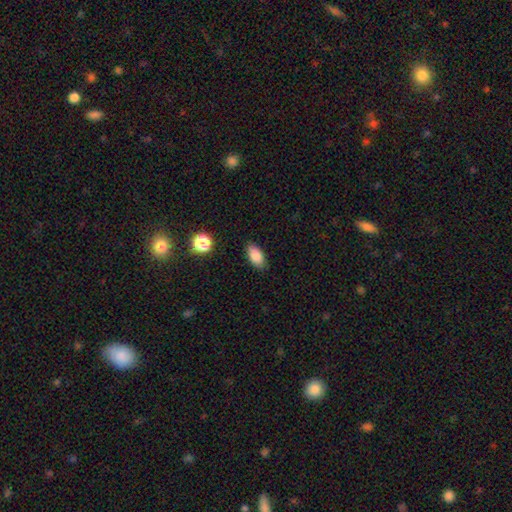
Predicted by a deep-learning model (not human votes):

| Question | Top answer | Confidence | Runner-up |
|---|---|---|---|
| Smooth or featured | smooth | 87% | star or artifact (8%) |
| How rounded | in between | 91% | round (5%) |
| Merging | none | 85% | minor disturbance (11%) |